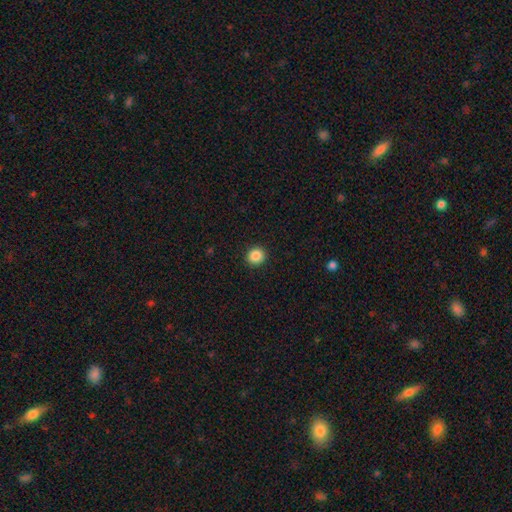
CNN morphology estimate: Overall: smooth (87%). How rounded: round (90%). Merging: none (93%).